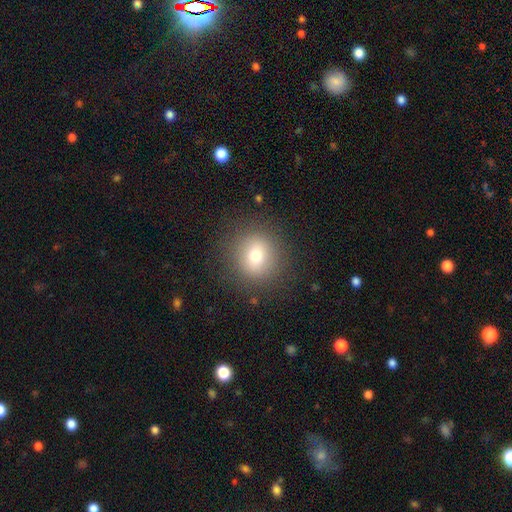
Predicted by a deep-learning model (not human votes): The model was most divided on "smooth or featured": smooth: 74%, featured or disk: 14%, star or artifact: 12%. More confident: merging — none (87%); how rounded — round (86%).